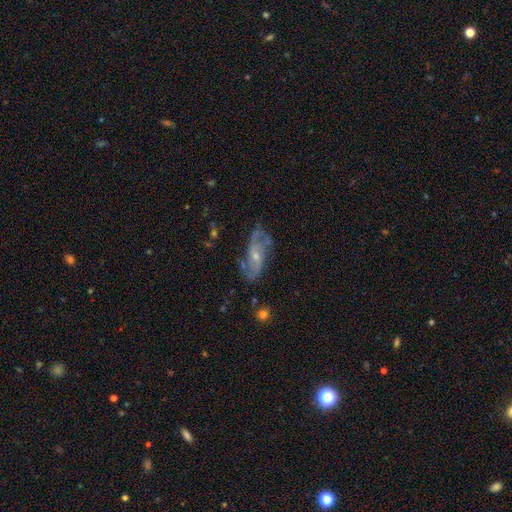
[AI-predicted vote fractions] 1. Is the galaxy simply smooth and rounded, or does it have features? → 79% featured or disk, 14% smooth, 7% star or artifact.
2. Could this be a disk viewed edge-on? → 92% no, 8% yes.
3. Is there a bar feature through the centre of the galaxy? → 61% no, 31% weak, 8% strong.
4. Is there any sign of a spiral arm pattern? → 91% yes, 9% no.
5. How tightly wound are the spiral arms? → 43% medium, 36% loose, 21% tight.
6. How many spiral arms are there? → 64% 2, 16% can't tell, 10% 3, 4% 4, 3% 1, 3% more than 4.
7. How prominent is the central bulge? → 64% small, 32% moderate, 3% none, 1% large, 1% dominant.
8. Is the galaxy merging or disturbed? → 67% none, 21% minor disturbance, 10% major disturbance, 3% merger.